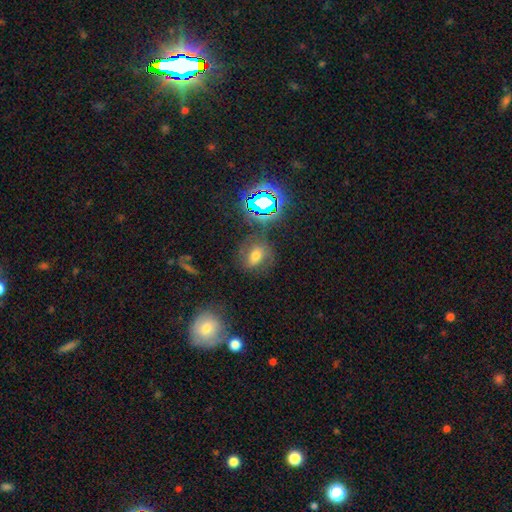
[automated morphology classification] This appears to be a smooth galaxy with no disk features (48%). Merging: none (67%).